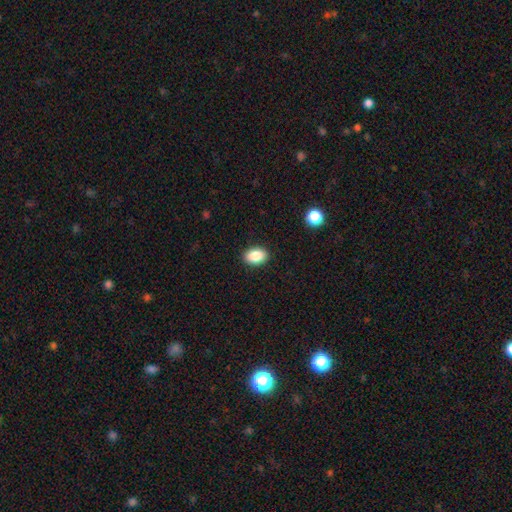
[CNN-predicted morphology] A smooth galaxy with no disk features (87%) that is in between round and cigar-shaped (84%). Merging: none (90%).